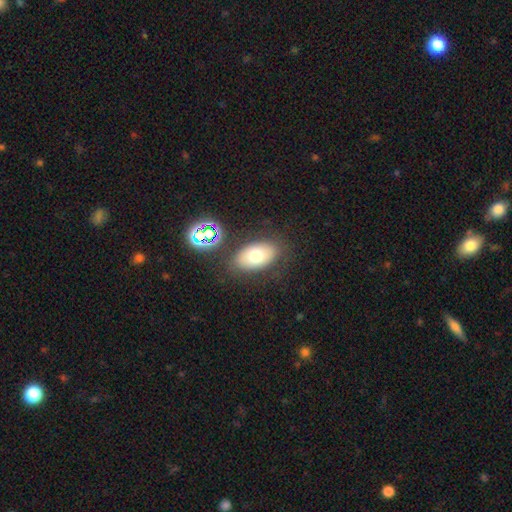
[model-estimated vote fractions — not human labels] This appears to be a smooth galaxy with no disk features (70%) that is in between round and cigar-shaped (91%). Merging: none (80%).